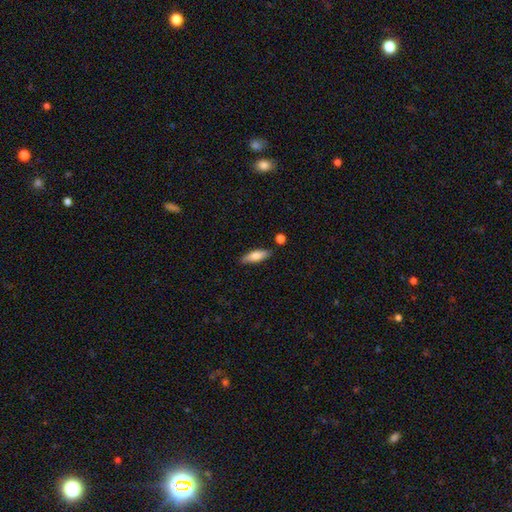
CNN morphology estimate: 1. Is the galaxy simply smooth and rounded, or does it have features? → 72% smooth, 22% featured or disk, 6% star or artifact.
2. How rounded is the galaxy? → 50% cigar-shaped, 48% in between, 2% round.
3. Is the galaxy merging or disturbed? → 82% none, 11% minor disturbance, 4% merger, 2% major disturbance.